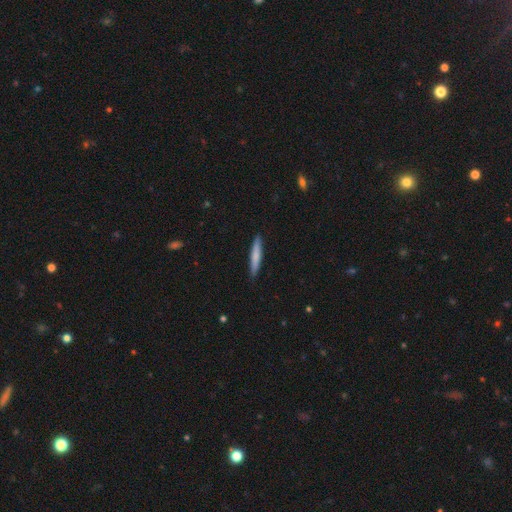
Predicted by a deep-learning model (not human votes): Smooth or featured? Predicted: smooth (p=0.73). How rounded? Predicted: cigar-shaped (p=0.94). Merging? Predicted: none (p=0.90).